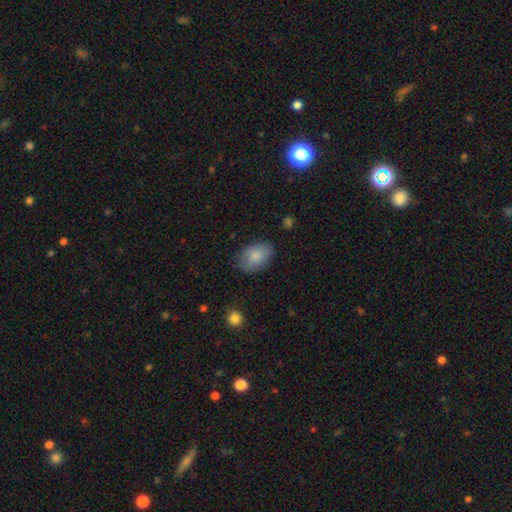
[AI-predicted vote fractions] smooth_or_featured: smooth (p=0.84) [alt: featured or disk p=0.09]
how_rounded: in between (p=0.86) [alt: round p=0.13]
merging: none (p=0.79) [alt: minor disturbance p=0.16]